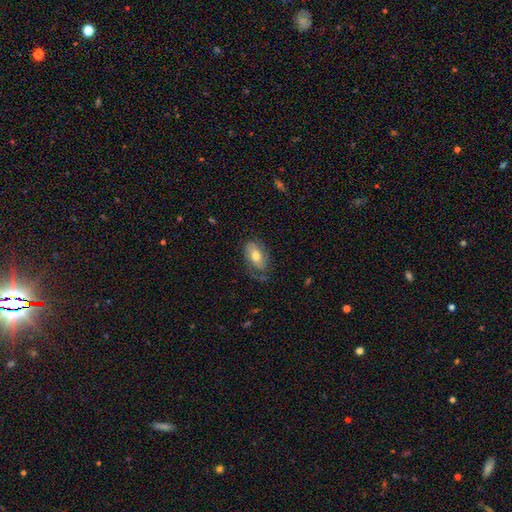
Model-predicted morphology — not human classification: The model was most divided on "smooth or featured": smooth: 50%, featured or disk: 43%, star or artifact: 7%. More confident: how rounded — in between (90%); merging — none (53%).